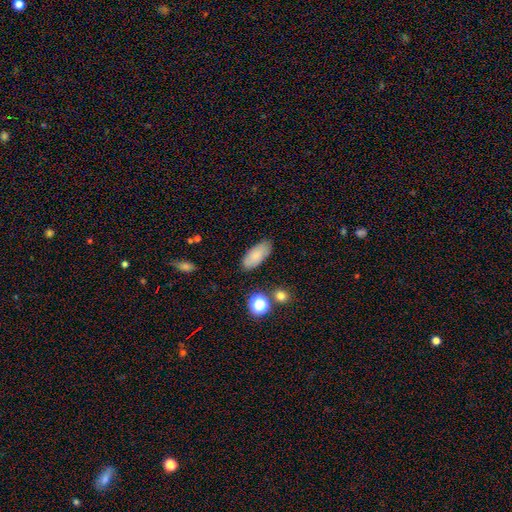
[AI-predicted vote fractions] A smooth galaxy with no disk features (78%) that is in between round and cigar-shaped (88%).

Vote fractions:
- Smooth or featured? smooth: 78% / featured or disk: 13% / star or artifact: 8%
- How rounded? in between: 88% / cigar-shaped: 9% / round: 3%
- Merging? none: 82% / minor disturbance: 13% / major disturbance: 3% / merger: 2%